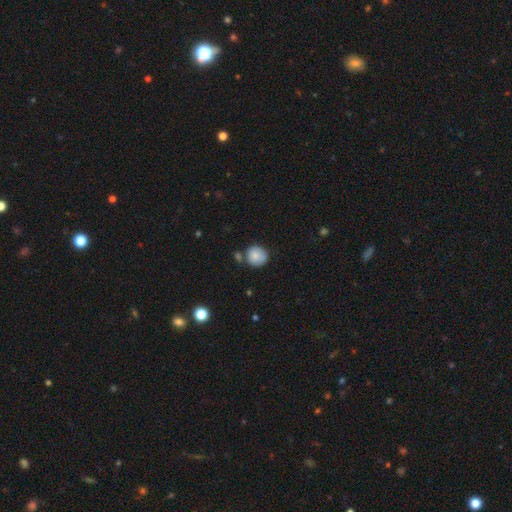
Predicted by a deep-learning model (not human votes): A smooth galaxy with no disk features (84%) that is round (90%).

Vote fractions:
- Smooth or featured? smooth: 84% / star or artifact: 8% / featured or disk: 8%
- How rounded? round: 90% / in between: 9% / cigar-shaped: 1%
- Merging? none: 72% / minor disturbance: 14% / merger: 11% / major disturbance: 3%